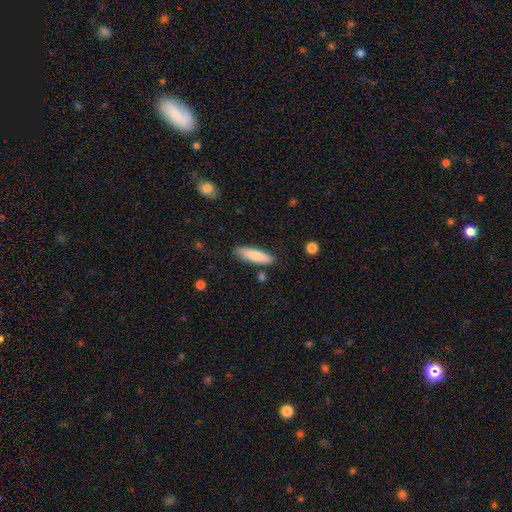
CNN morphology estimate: smooth-or-featured: smooth: 80% | featured or disk: 15% | star or artifact: 6%
  how-rounded: cigar-shaped: 69% | in between: 30% | round: 2%
  merging: none: 84% | minor disturbance: 11% | merger: 3% | major disturbance: 2%